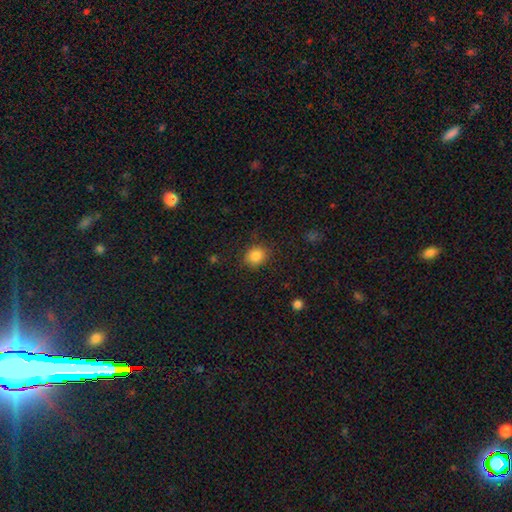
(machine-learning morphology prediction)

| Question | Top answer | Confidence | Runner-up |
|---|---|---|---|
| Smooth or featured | smooth | 85% | star or artifact (10%) |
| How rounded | round | 67% | in between (33%) |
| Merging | none | 84% | minor disturbance (11%) |